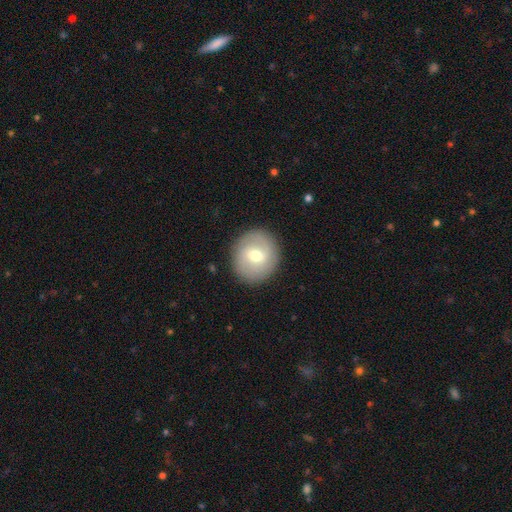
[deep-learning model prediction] Smooth or featured? smooth (47%)
Merging? none (88%)